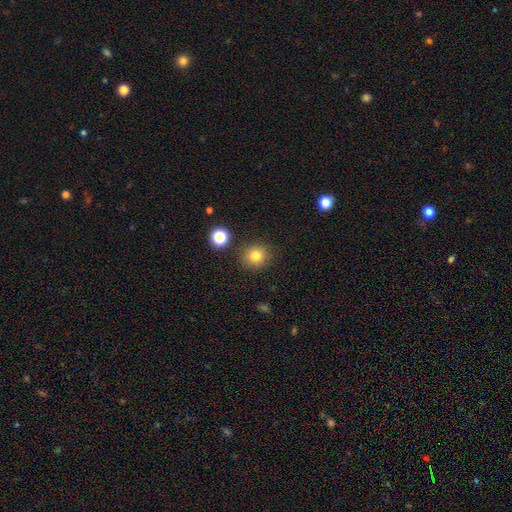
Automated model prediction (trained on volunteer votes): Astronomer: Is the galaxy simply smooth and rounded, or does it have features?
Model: smooth — 81%.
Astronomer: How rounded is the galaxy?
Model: round — 89%.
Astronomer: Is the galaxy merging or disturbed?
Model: none — 88%.